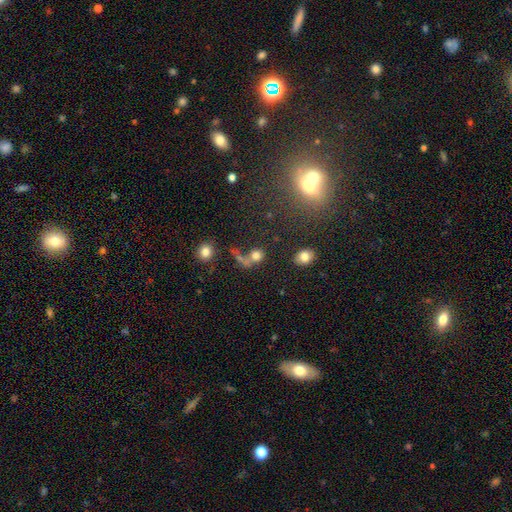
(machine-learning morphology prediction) Smooth or featured: smooth — 70% (star or artifact — 17%)
How rounded: round — 72% (in between — 26%)
Merging: merger — 38% (none — 37%)